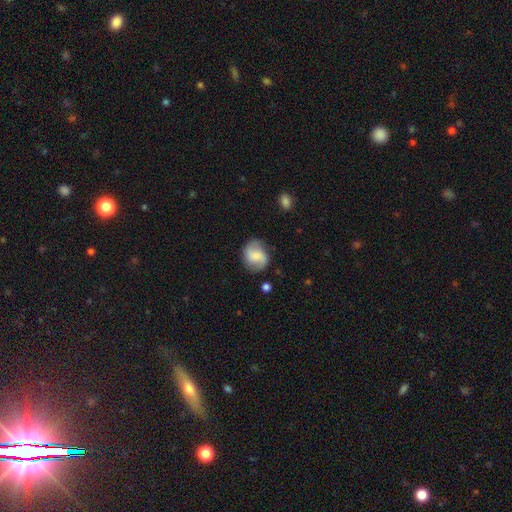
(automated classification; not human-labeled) smooth-or-featured: featured or disk: 48% | smooth: 44% | star or artifact: 8%
  merging: none: 73% | minor disturbance: 19% | major disturbance: 6% | merger: 2%